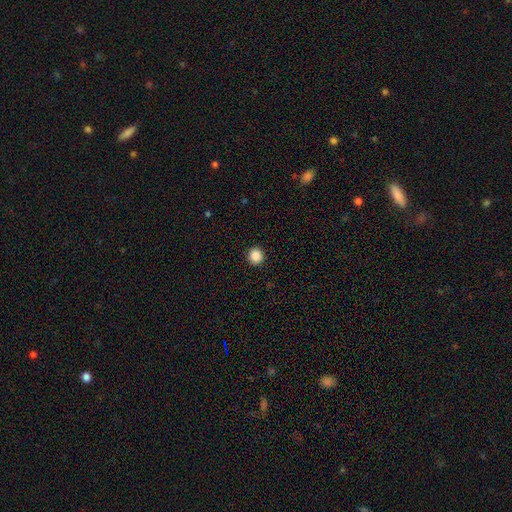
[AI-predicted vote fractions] smooth-or-featured: smooth: 88% | star or artifact: 10% | featured or disk: 3%
  how-rounded: round: 94% | in between: 5% | cigar-shaped: 1%
  merging: none: 93% | minor disturbance: 4% | major disturbance: 2% | merger: 1%